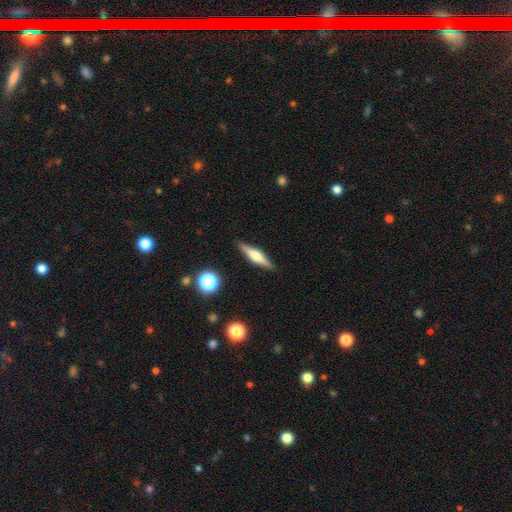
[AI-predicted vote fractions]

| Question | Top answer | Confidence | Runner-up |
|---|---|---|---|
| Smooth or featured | featured or disk | 62% | smooth (31%) |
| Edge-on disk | yes | 96% | no (4%) |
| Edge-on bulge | rounded | 86% | boxy (10%) |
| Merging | none | 89% | minor disturbance (8%) |